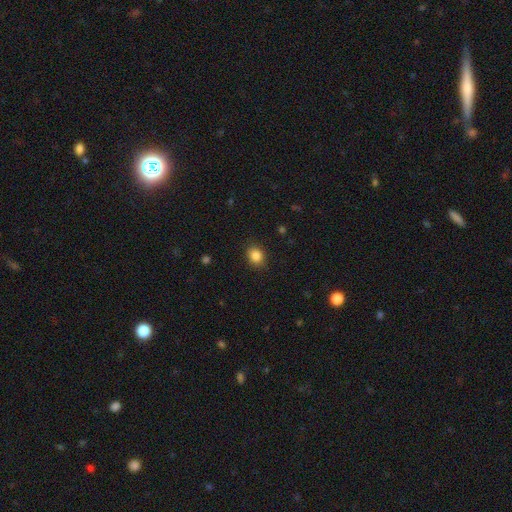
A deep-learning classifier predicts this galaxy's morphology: Smooth or featured?
  - smooth: 86% *
  - star or artifact: 10%
  - featured or disk: 4%
How rounded?
  - round: 54% *
  - in between: 45%
  - cigar-shaped: 1%
Merging?
  - none: 87% *
  - minor disturbance: 9%
  - major disturbance: 2%
  - merger: 1%